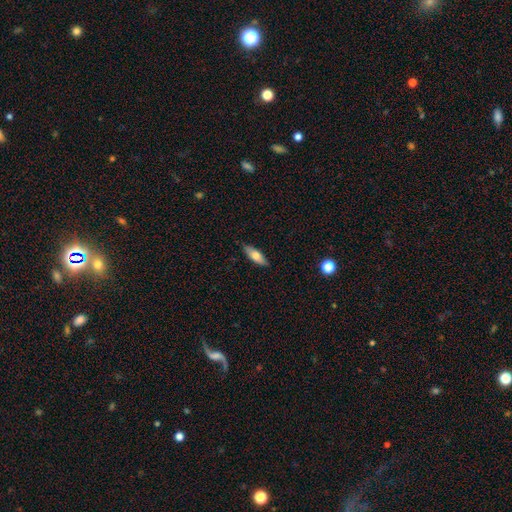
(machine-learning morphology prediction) This appears to be a smooth galaxy with no disk features (70%) that is in between round and cigar-shaped (62%). Merging: none (87%).